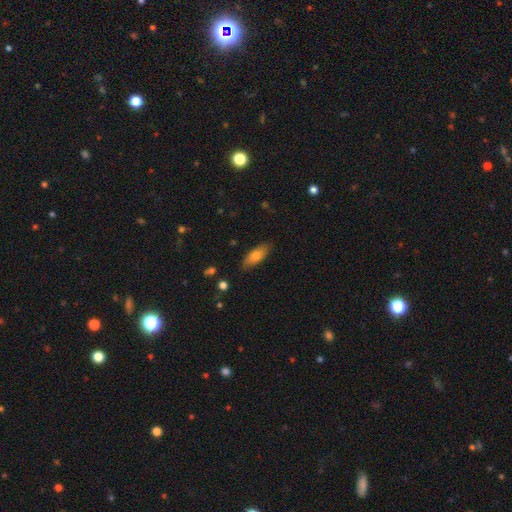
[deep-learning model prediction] Smooth or featured?
  - smooth: 74% *
  - featured or disk: 20%
  - star or artifact: 7%
How rounded?
  - in between: 71% *
  - cigar-shaped: 27%
  - round: 2%
Merging?
  - none: 86% *
  - minor disturbance: 11%
  - major disturbance: 2%
  - merger: 1%